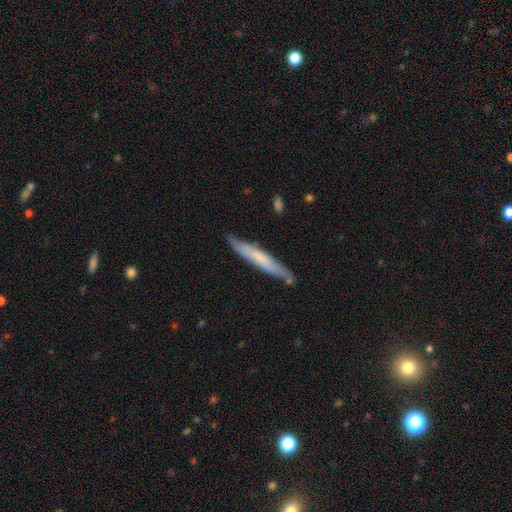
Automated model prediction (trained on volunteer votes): smooth-or-featured: smooth: 49% | featured or disk: 45% | star or artifact: 6%
  merging: none: 81% | minor disturbance: 15% | major disturbance: 2% | merger: 2%